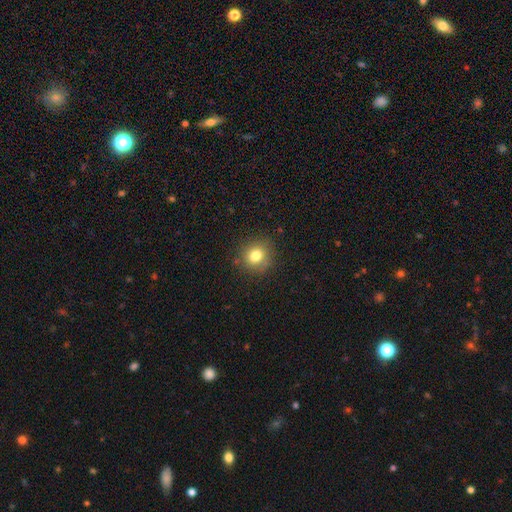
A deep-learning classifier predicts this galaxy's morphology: Smooth or featured? smooth (79%)
How rounded? round (83%)
Merging? none (85%)